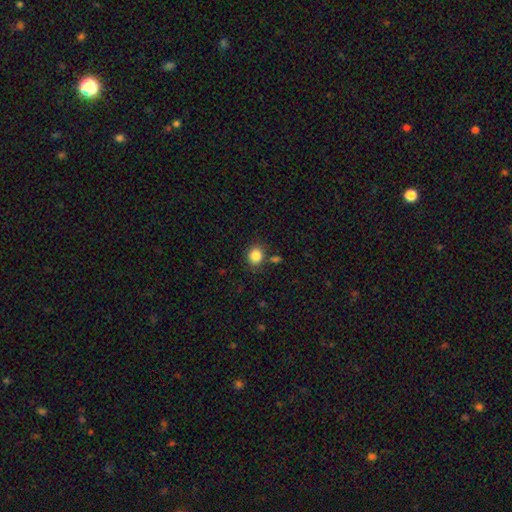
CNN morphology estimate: A smooth galaxy with no disk features (85%) that is round (69%). Merging: none (78%).